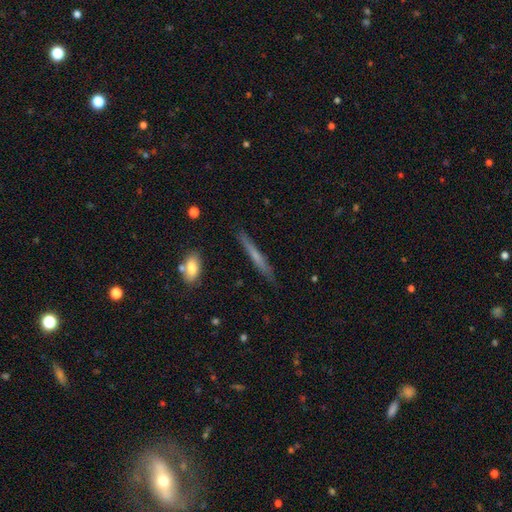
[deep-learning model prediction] Smooth or featured? smooth (49%)
Merging? none (86%)